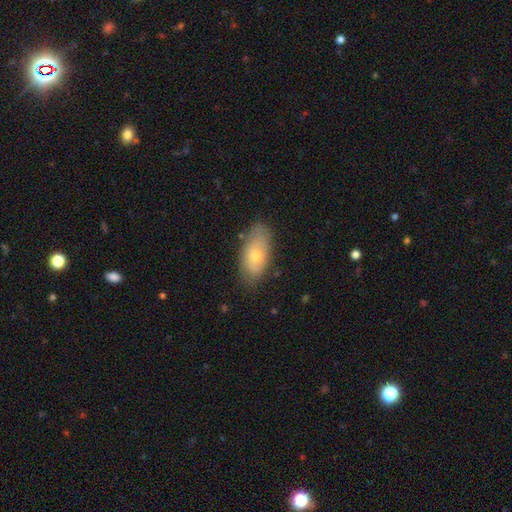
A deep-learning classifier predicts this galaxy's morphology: smooth-or-featured: smooth: 63% | featured or disk: 30% | star or artifact: 7%
  how-rounded: in between: 91% | cigar-shaped: 6% | round: 4%
  merging: none: 76% | minor disturbance: 19% | major disturbance: 4% | merger: 2%